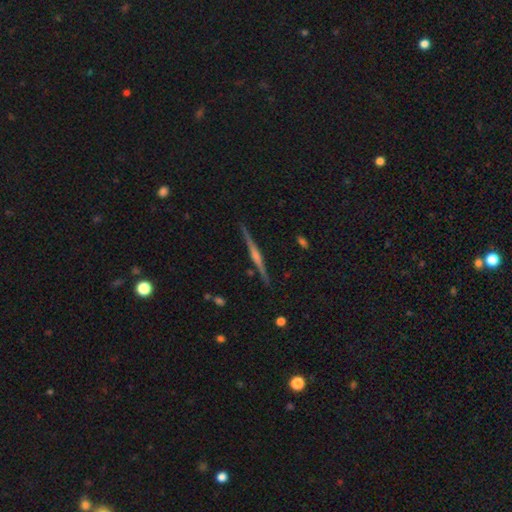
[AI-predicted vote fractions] Smooth or featured?
  - featured or disk: 79% *
  - smooth: 15%
  - star or artifact: 6%
Edge-on disk?
  - yes: 98% *
  - no: 2%
Edge-on bulge?
  - rounded: 61% *
  - none: 21%
  - boxy: 18%
Merging?
  - none: 91% *
  - minor disturbance: 7%
  - major disturbance: 1%
  - merger: 1%